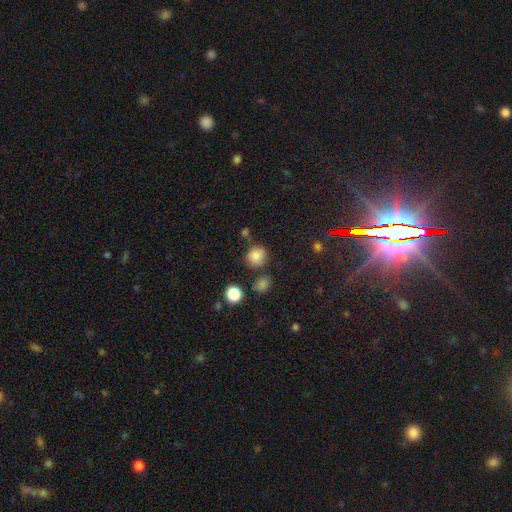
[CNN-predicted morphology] Q: Smooth or featured?
A: smooth (82%); runner-up: star or artifact (12%)
Q: How rounded?
A: round (87%); runner-up: in between (12%)
Q: Merging?
A: none (76%); runner-up: minor disturbance (12%)